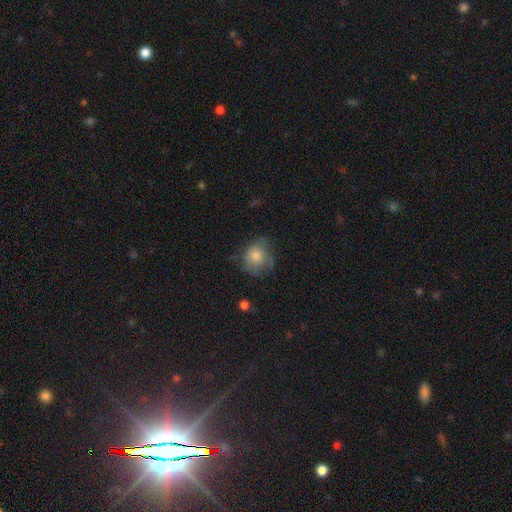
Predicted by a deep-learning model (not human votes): Smooth or featured?
  - smooth: 73% *
  - featured or disk: 18%
  - star or artifact: 10%
How rounded?
  - round: 79% *
  - in between: 20%
  - cigar-shaped: 1%
Merging?
  - none: 57% *
  - minor disturbance: 28%
  - major disturbance: 13%
  - merger: 2%